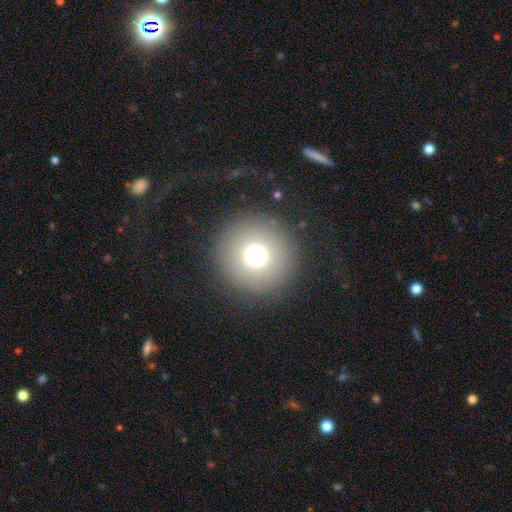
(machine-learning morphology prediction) Smooth or featured? Predicted: smooth (p=0.73). How rounded? Predicted: round (p=0.97). Merging? Predicted: none (p=0.90).